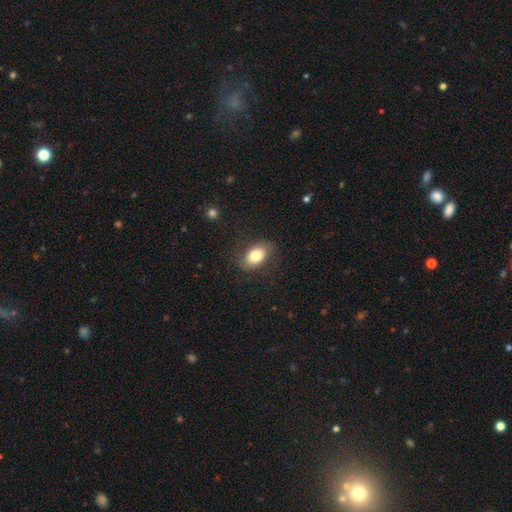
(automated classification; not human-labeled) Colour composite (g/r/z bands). It shows a smooth galaxy with no disk features (76%) that is in between round and cigar-shaped (86%). Merging: none (79%).